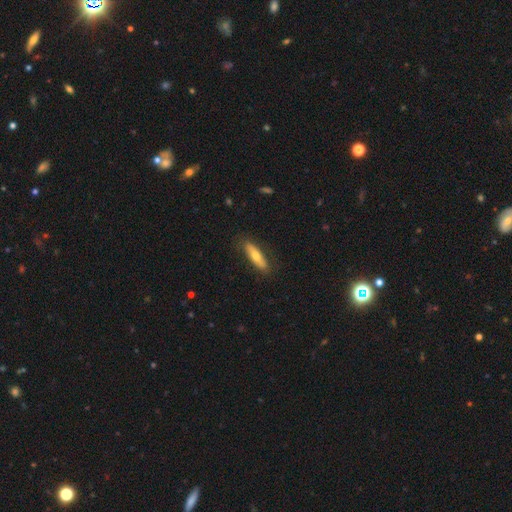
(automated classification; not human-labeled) smooth_or_featured: smooth (p=0.60) [alt: featured or disk p=0.34]
how_rounded: cigar-shaped (p=0.68) [alt: in between p=0.30]
merging: none (p=0.83) [alt: minor disturbance p=0.13]